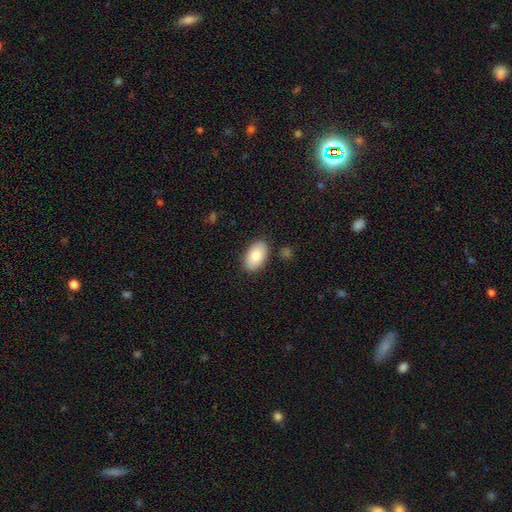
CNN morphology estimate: Q: Smooth or featured?
A: smooth (82%); runner-up: featured or disk (11%)
Q: How rounded?
A: in between (94%); runner-up: round (5%)
Q: Merging?
A: none (85%); runner-up: minor disturbance (10%)